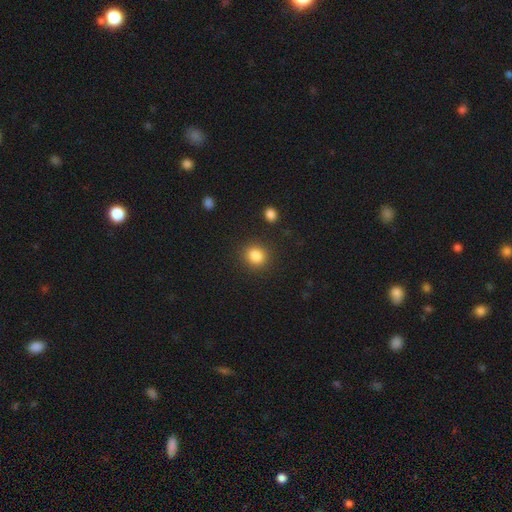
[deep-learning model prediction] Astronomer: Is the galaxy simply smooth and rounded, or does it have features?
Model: smooth — 85%.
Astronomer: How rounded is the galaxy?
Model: round — 74%.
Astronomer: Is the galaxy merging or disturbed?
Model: none — 87%.